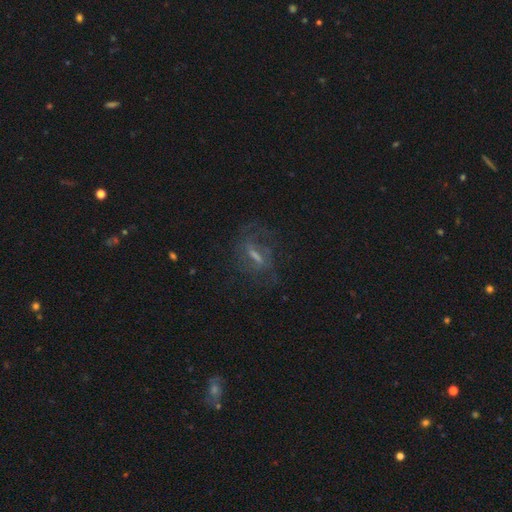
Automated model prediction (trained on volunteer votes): Smooth or featured? Predicted: featured or disk (p=0.61). Edge-on disk? Predicted: no (p=0.81). Merging? Predicted: none (p=0.59).